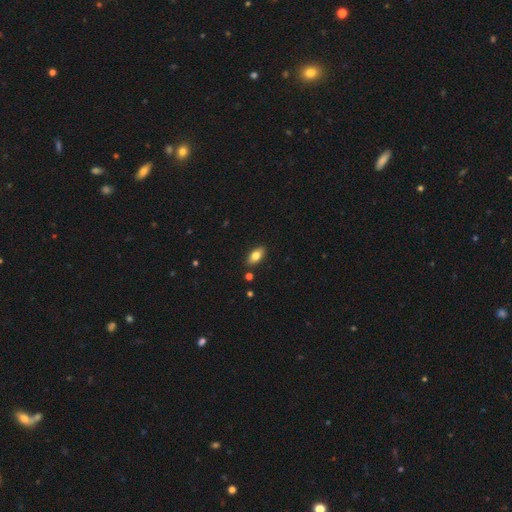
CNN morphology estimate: Smooth or featured? Predicted: smooth (p=0.79). How rounded? Predicted: in between (p=0.91). Merging? Predicted: none (p=0.87).